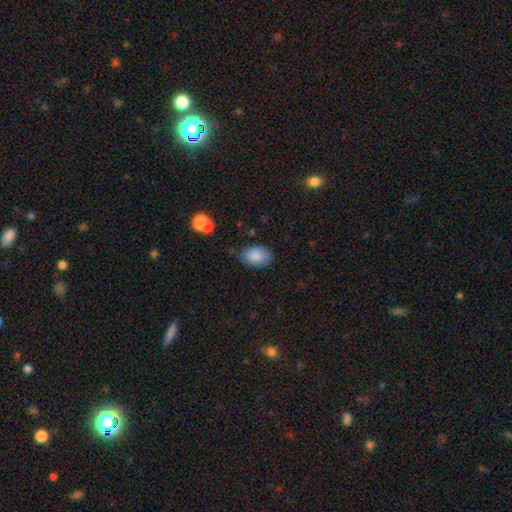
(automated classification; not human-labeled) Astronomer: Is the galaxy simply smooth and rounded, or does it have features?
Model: smooth — 86%.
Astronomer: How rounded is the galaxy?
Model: in between — 89%.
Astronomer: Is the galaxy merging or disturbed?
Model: none — 71%.